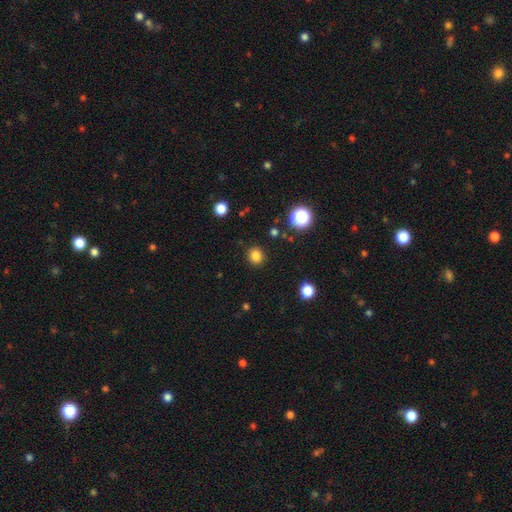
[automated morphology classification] This appears to be a smooth galaxy with no disk features (82%) that is round (82%). Merging: none (89%).